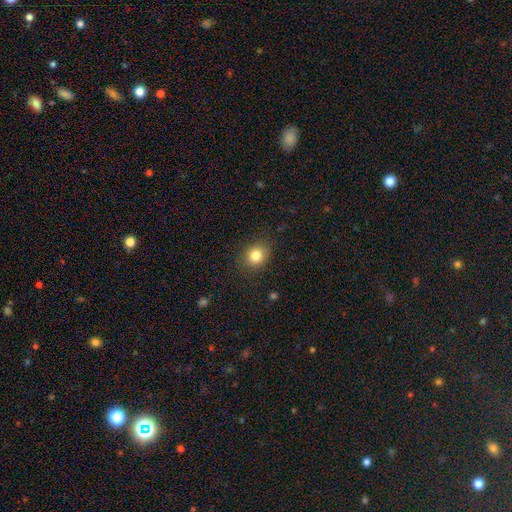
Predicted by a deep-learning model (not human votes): This appears to be a smooth galaxy with no disk features (82%) that is round (71%). Merging: none (87%).